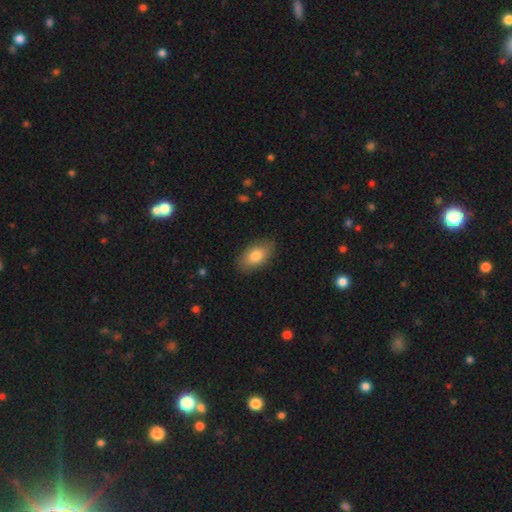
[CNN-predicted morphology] Overall: smooth (81%). How rounded: in between (93%). Merging: none (84%).